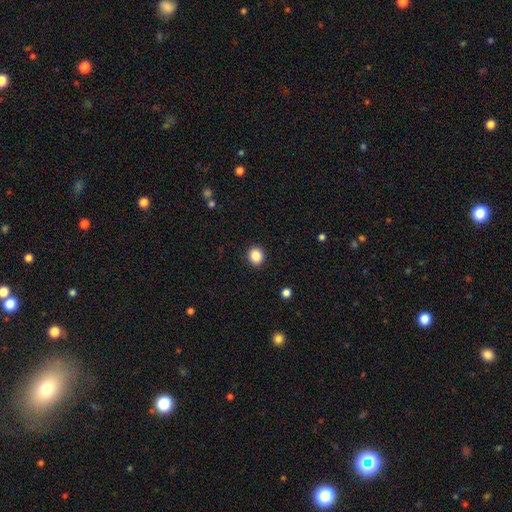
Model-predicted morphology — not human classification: This appears to be a smooth galaxy with no disk features (87%) that is round (82%). Merging: none (91%).